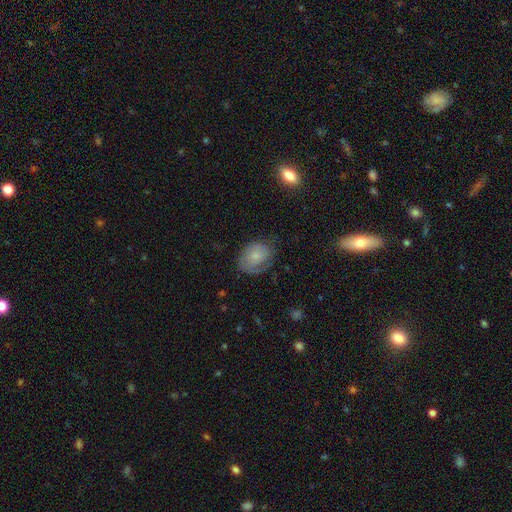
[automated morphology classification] This appears to be a smooth galaxy with no disk features (54%) that is in between round and cigar-shaped (64%). Merging: none (58%).